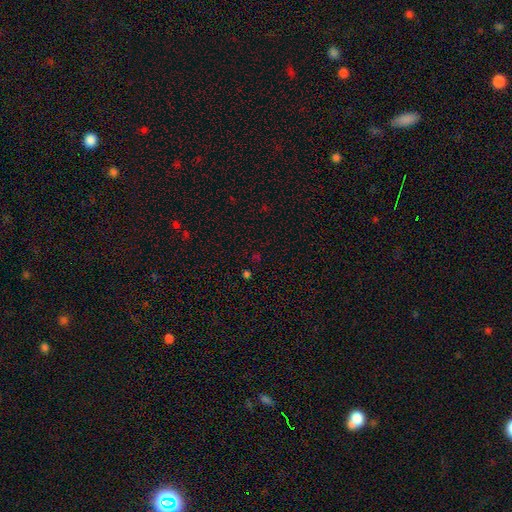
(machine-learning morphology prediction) A star or artifact, not a galaxy (55%).

Vote fractions:
- Smooth or featured? star or artifact: 55% / smooth: 38% / featured or disk: 7%